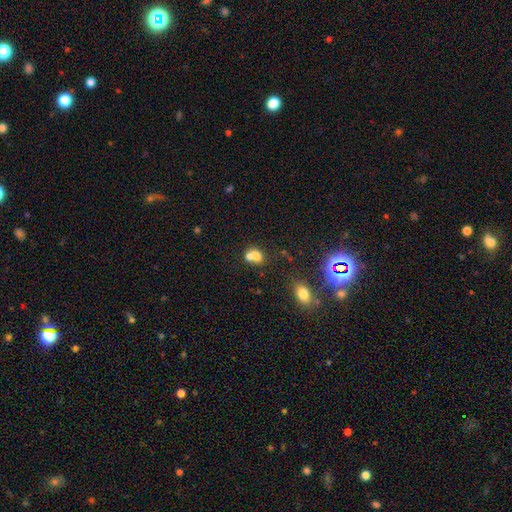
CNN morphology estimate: type=smooth (70%); roundness=round (56%); merging=merger (59%).